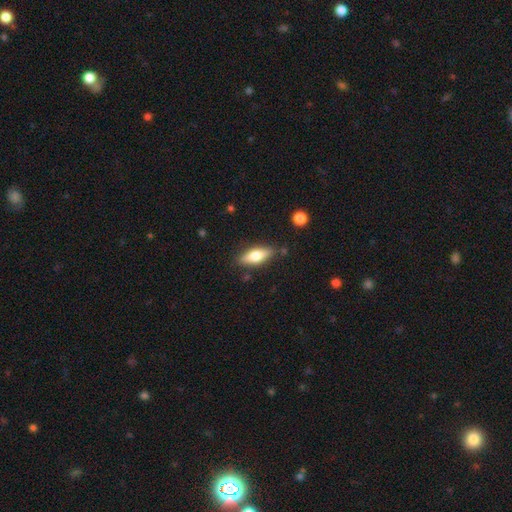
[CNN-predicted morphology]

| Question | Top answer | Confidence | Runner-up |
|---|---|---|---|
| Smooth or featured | smooth | 67% | featured or disk (27%) |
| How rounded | in between | 66% | cigar-shaped (31%) |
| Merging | none | 83% | minor disturbance (12%) |